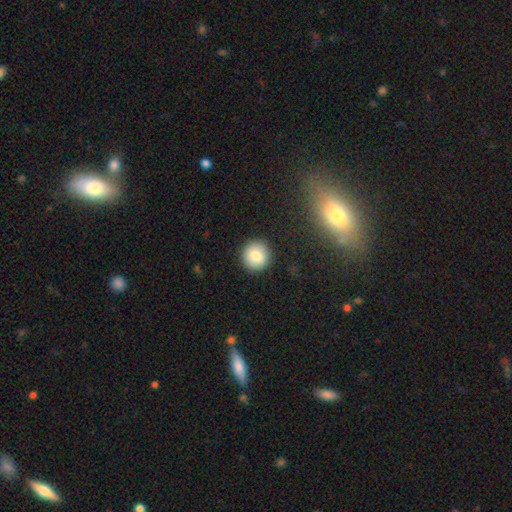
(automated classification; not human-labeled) Smooth or featured? Predicted: smooth (p=0.82). How rounded? Predicted: round (p=0.94). Merging? Predicted: none (p=0.91).